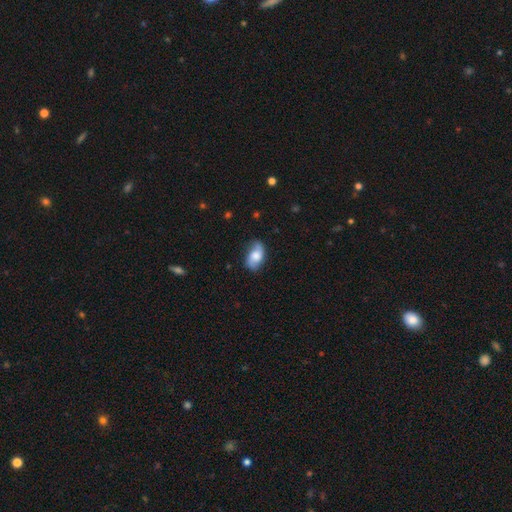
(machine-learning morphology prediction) Smooth or featured: smooth — 58% (featured or disk — 35%)
How rounded: in between — 90% (round — 8%)
Merging: none — 67% (minor disturbance — 25%)